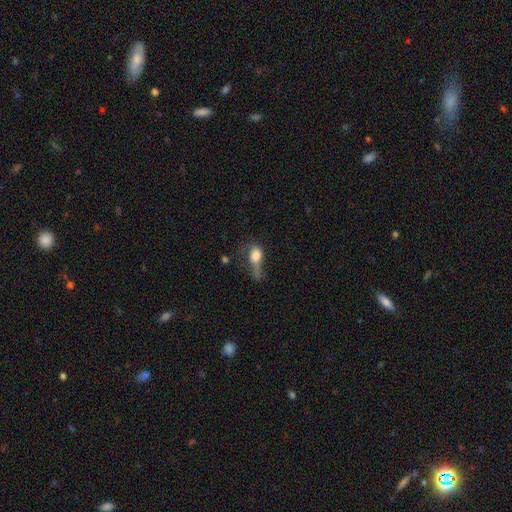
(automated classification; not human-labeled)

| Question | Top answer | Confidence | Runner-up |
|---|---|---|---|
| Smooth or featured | smooth | 64% | featured or disk (26%) |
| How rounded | in between | 68% | round (22%) |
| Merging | major disturbance | 52% | minor disturbance (19%) |